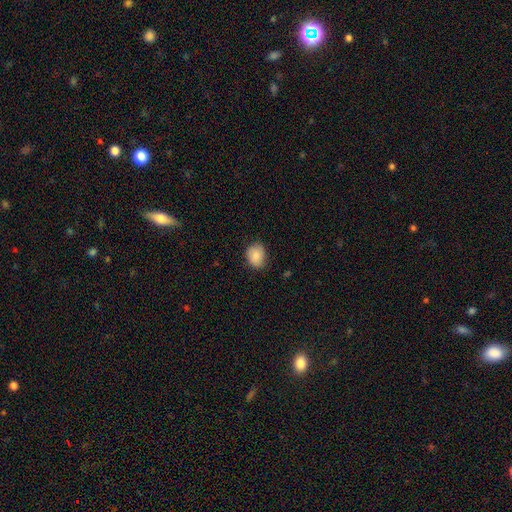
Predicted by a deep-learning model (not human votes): Overall: smooth (87%). How rounded: round (53%; in between 46%). Merging: none (78%).